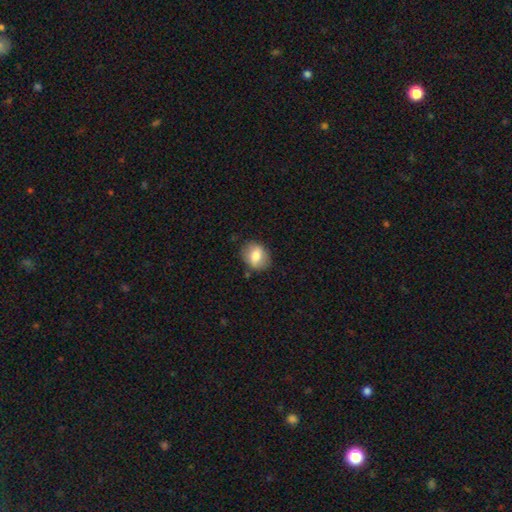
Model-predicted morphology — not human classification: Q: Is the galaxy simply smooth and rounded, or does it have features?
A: smooth — 72%.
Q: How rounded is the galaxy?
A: in between — 58%.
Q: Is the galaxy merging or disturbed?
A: none — 81%.